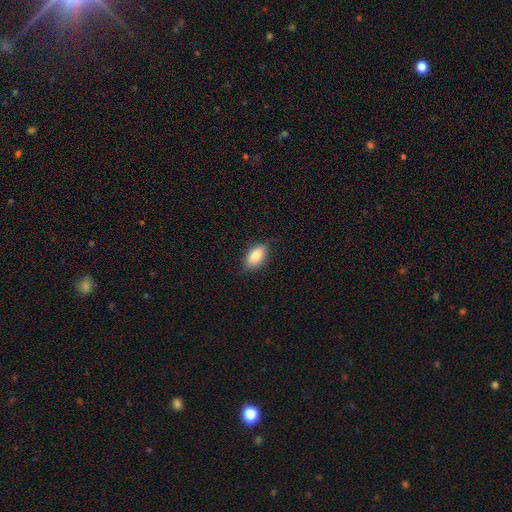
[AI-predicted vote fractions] Q: Smooth or featured?
A: smooth (81%); runner-up: featured or disk (12%)
Q: How rounded?
A: in between (88%); runner-up: cigar-shaped (6%)
Q: Merging?
A: none (80%); runner-up: minor disturbance (16%)